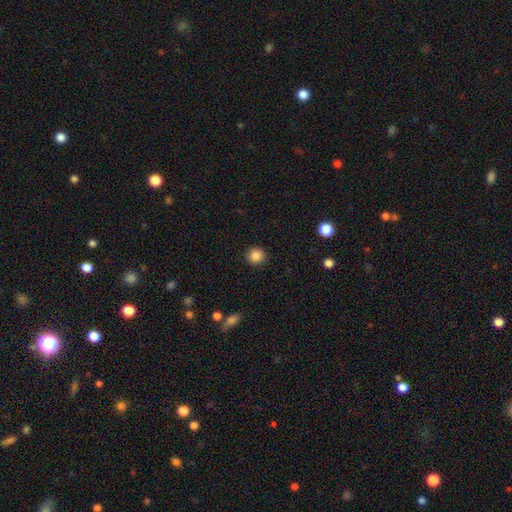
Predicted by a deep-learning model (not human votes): smooth-or-featured: smooth: 86% | star or artifact: 10% | featured or disk: 4%
  how-rounded: round: 92% | in between: 7% | cigar-shaped: 1%
  merging: none: 92% | minor disturbance: 6% | major disturbance: 2% | merger: 1%